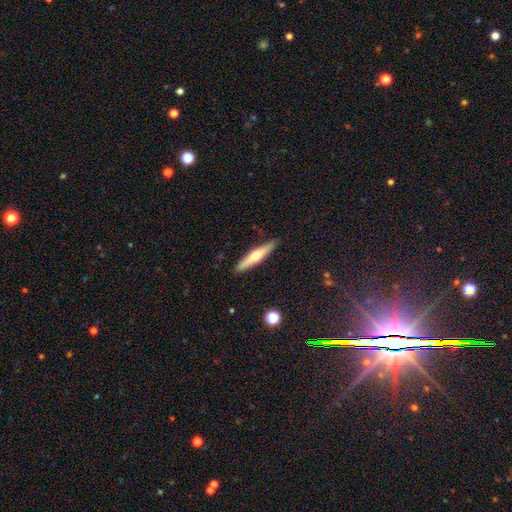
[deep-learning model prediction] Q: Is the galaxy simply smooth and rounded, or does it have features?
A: featured or disk — 56%.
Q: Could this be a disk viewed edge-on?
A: yes — 95%.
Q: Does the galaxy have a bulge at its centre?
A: rounded — 92%.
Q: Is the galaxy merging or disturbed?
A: none — 90%.